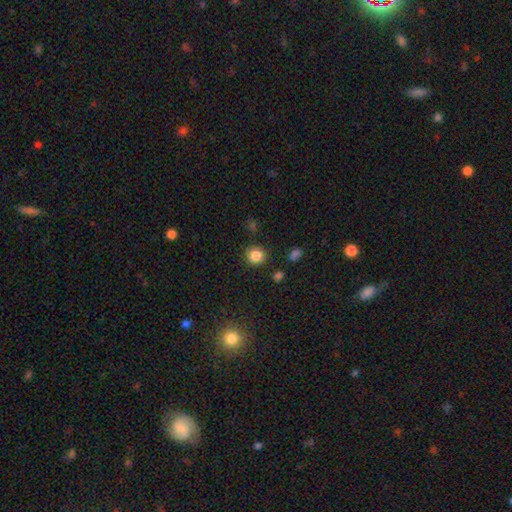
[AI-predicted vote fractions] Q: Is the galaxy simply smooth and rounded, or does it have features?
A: smooth — 85%.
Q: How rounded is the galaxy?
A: round — 88%.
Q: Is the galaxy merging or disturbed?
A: none — 87%.